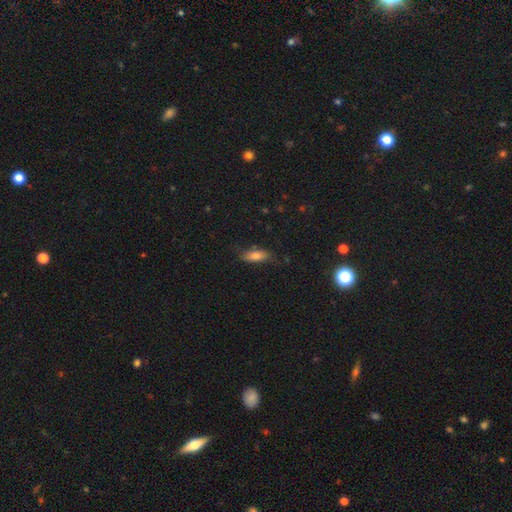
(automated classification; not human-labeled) smooth_or_featured: smooth (p=0.76) [alt: featured or disk p=0.16]
how_rounded: in between (p=0.72) [alt: cigar-shaped p=0.25]
merging: none (p=0.71) [alt: minor disturbance p=0.22]